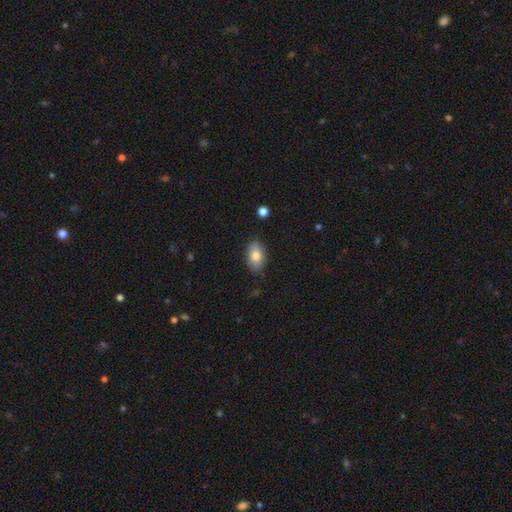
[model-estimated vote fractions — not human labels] Morphology: type=smooth (79%); roundness=in between (90%); merging=none (83%).